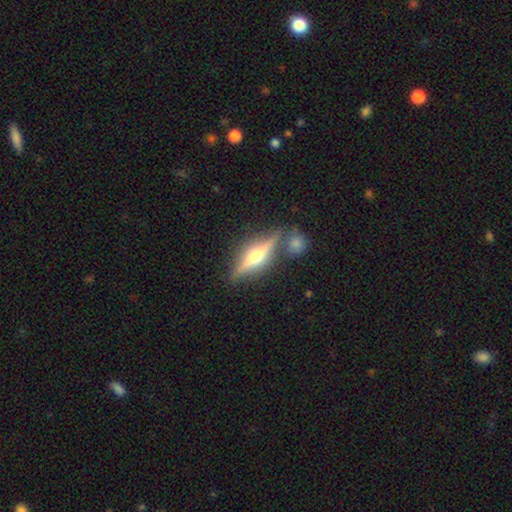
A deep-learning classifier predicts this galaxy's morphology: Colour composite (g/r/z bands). It shows a featured or disk galaxy (73%) viewed edge-on (95%) with a rounded central bulge (90%). Merging: none (78%).